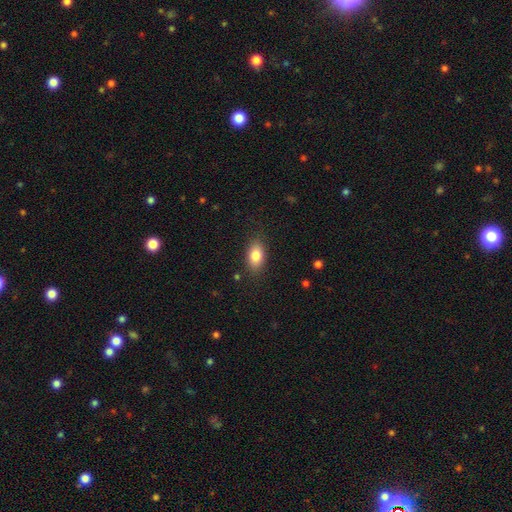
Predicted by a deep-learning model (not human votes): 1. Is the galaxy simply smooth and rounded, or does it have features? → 83% smooth, 9% featured or disk, 8% star or artifact.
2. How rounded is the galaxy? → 88% in between, 8% round, 4% cigar-shaped.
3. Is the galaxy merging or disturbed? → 84% none, 11% minor disturbance, 3% major disturbance, 1% merger.